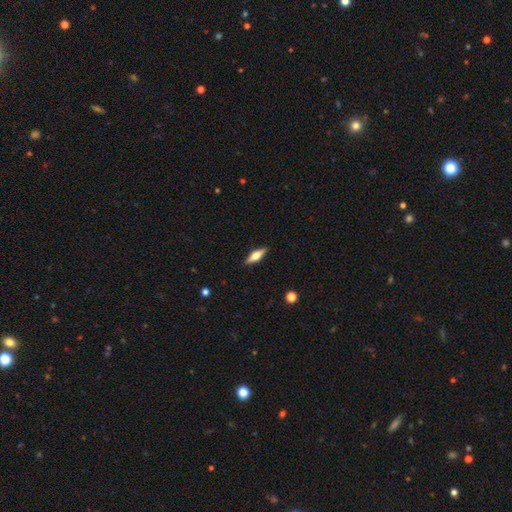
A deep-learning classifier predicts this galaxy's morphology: Q: Smooth or featured?
A: featured or disk (48%); runner-up: smooth (45%)
Q: Merging?
A: none (89%); runner-up: minor disturbance (8%)